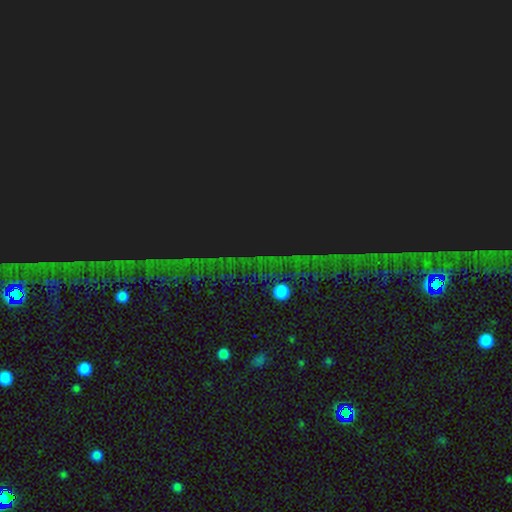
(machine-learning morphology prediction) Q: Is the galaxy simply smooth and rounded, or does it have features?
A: star or artifact — 86%.